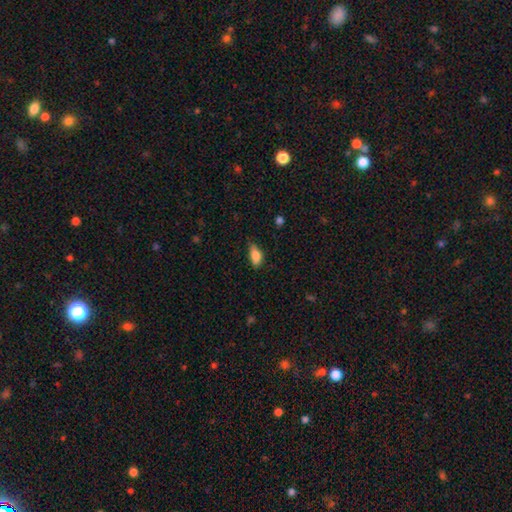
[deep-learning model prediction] smooth 83%, featured or disk 10%, star or artifact 8%. Down the decision tree: how rounded — in between (86%); merging — none (57%).